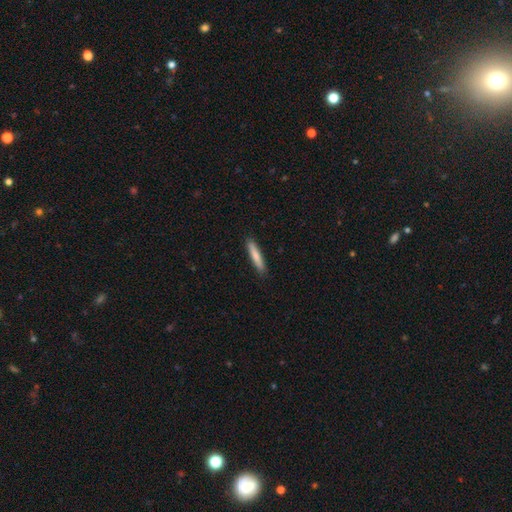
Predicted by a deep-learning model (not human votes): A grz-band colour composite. It shows a smooth galaxy with no disk features (80%) that is cigar-shaped (91%). Merging: none (90%).